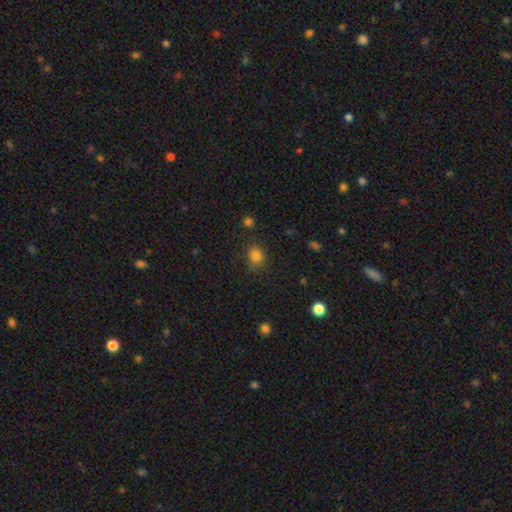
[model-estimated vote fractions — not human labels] This appears to be a smooth galaxy with no disk features (83%) that is round (63%). Merging: none (74%).